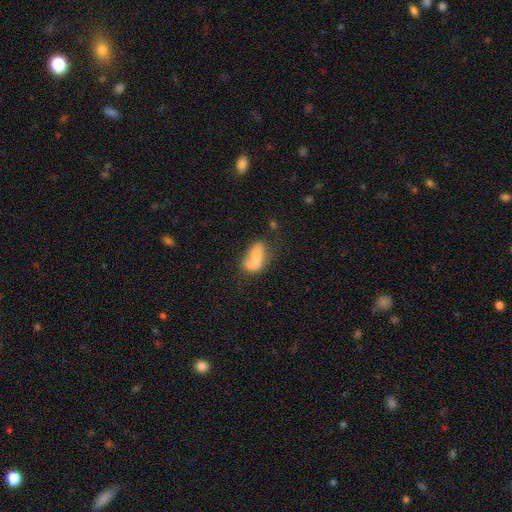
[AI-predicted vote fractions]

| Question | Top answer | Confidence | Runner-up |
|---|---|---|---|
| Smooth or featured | smooth | 63% | featured or disk (27%) |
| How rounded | in between | 86% | cigar-shaped (7%) |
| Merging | merger | 31% | none (30%) |